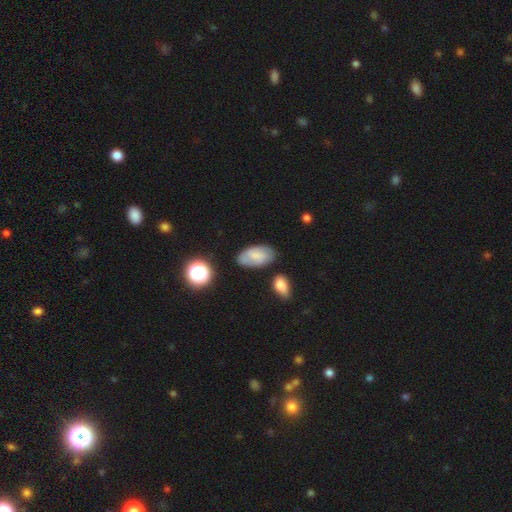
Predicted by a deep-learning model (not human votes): smooth 68%, featured or disk 24%, star or artifact 9%. Down the decision tree: how rounded — in between (94%); merging — none (70%).